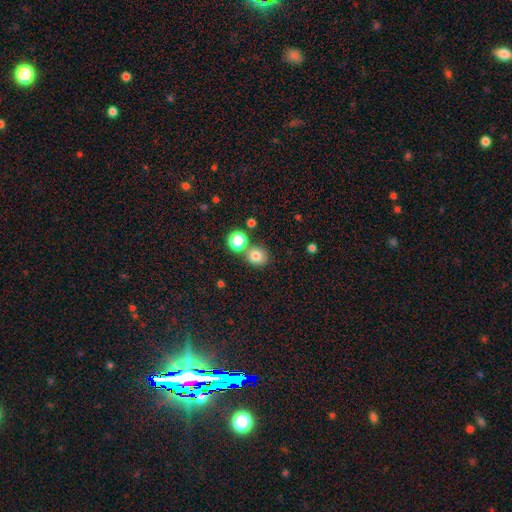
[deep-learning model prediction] A smooth galaxy with no disk features (79%) that is round (82%).

Vote fractions:
- Smooth or featured? smooth: 79% / star or artifact: 14% / featured or disk: 7%
- How rounded? round: 82% / in between: 17% / cigar-shaped: 1%
- Merging? none: 71% / merger: 16% / minor disturbance: 10% / major disturbance: 3%